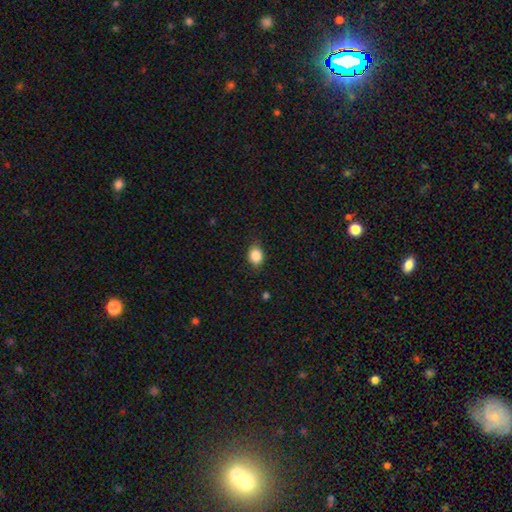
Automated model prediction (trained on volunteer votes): Morphology: type=smooth (86%); roundness=round (50%); merging=none (79%).